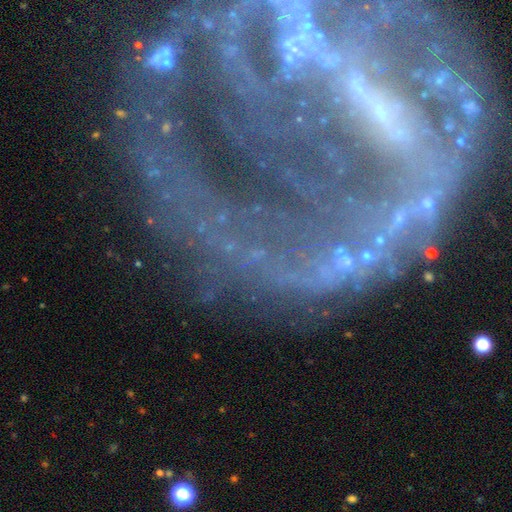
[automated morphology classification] Smooth or featured: featured or disk — 76% (star or artifact — 15%)
Edge-on disk: no — 93% (yes — 7%)
Bar: strong — 49% (weak — 28%)
Spiral arms: yes — 74% (no — 26%)
Spiral winding: tight — 39% (medium — 37%)
Spiral arm count: 2 — 39% (can't tell — 25%)
Bulge size: small — 44% (moderate — 25%)
Merging: none — 54% (major disturbance — 23%)